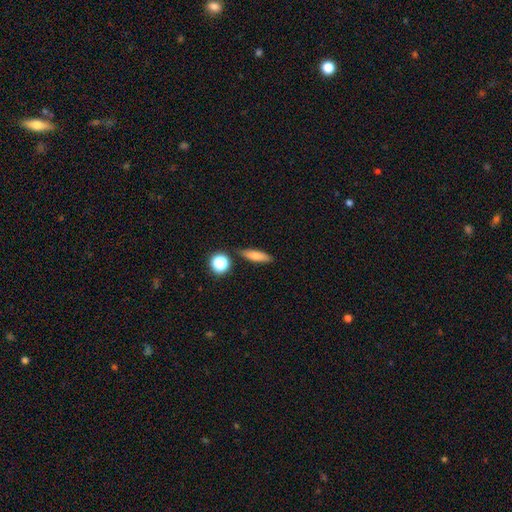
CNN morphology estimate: Smooth or featured: smooth — 74% (featured or disk — 17%)
How rounded: cigar-shaped — 56% (in between — 38%)
Merging: none — 83% (minor disturbance — 10%)